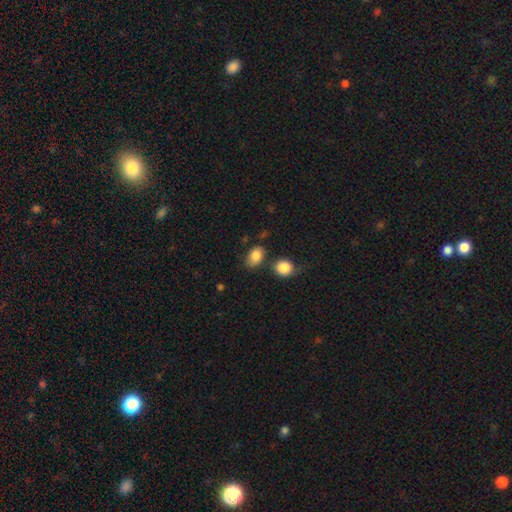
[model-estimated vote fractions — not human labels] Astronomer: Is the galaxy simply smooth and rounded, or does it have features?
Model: smooth — 86%.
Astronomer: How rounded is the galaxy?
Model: in between — 77%.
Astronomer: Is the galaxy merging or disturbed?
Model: none — 64%.